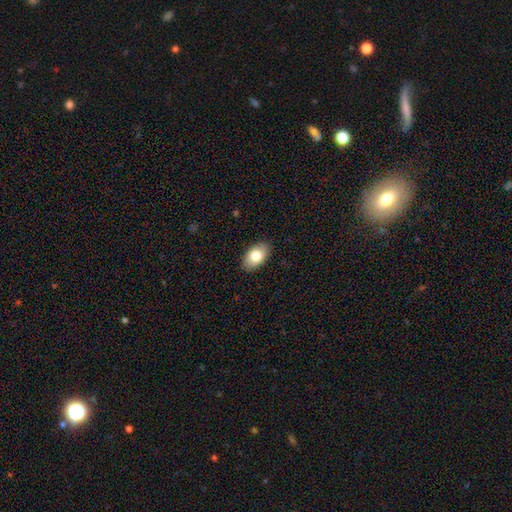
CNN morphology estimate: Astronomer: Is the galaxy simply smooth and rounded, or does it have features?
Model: smooth — 80%.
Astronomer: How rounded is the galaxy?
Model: in between — 92%.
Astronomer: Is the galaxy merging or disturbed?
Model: none — 88%.